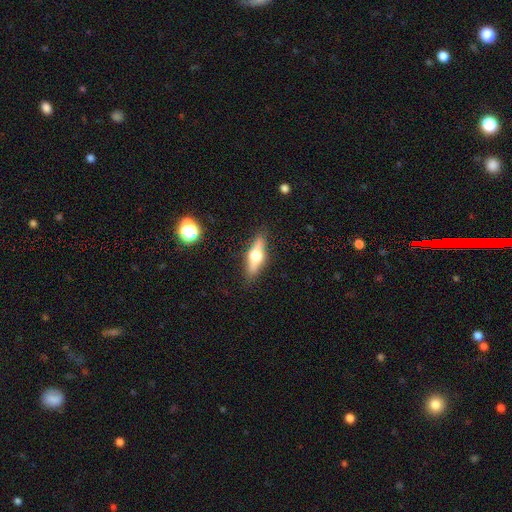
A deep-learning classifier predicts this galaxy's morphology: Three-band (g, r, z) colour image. It shows a featured or disk galaxy (56%) viewed edge-on (93%) with a rounded central bulge (95%). Merging: none (87%).